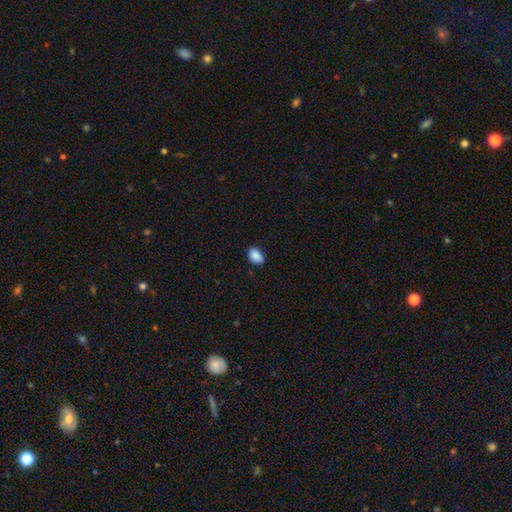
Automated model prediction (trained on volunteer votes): Smooth or featured: smooth — 89% (star or artifact — 8%)
How rounded: in between — 85% (round — 13%)
Merging: none — 81% (minor disturbance — 15%)